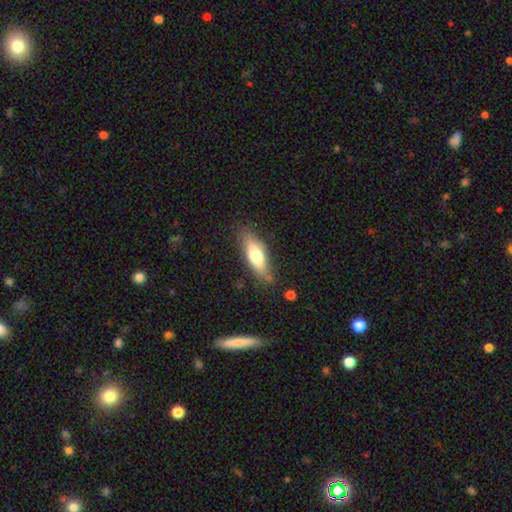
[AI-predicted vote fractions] Smooth or featured?
  - smooth: 64% *
  - featured or disk: 30%
  - star or artifact: 7%
How rounded?
  - in between: 57% *
  - cigar-shaped: 40%
  - round: 2%
Merging?
  - none: 77% *
  - minor disturbance: 16%
  - major disturbance: 4%
  - merger: 3%